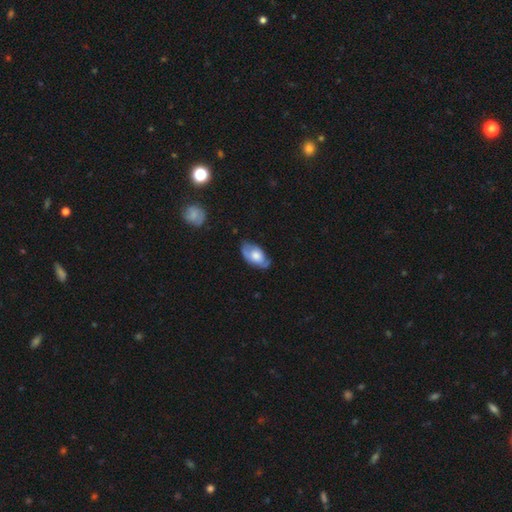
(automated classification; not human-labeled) A smooth galaxy with no disk features (49%).

Vote fractions:
- Smooth or featured? smooth: 49% / featured or disk: 45% / star or artifact: 6%
- Merging? none: 63% / minor disturbance: 28% / major disturbance: 8% / merger: 2%